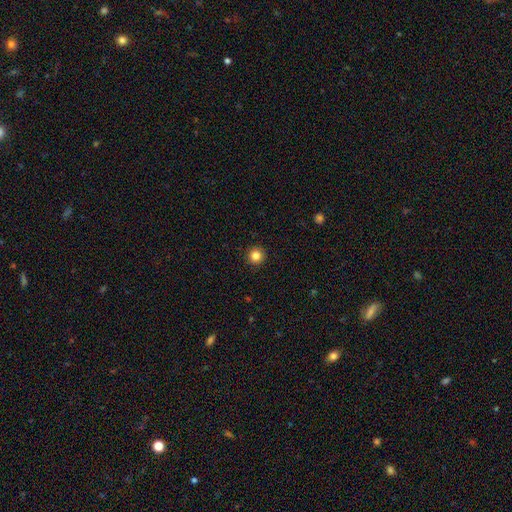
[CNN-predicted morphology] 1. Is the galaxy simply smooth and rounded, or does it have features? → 84% smooth, 11% star or artifact, 5% featured or disk.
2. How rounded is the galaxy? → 96% round, 3% in between, 1% cigar-shaped.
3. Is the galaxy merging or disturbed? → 93% none, 5% minor disturbance, 2% major disturbance, 1% merger.